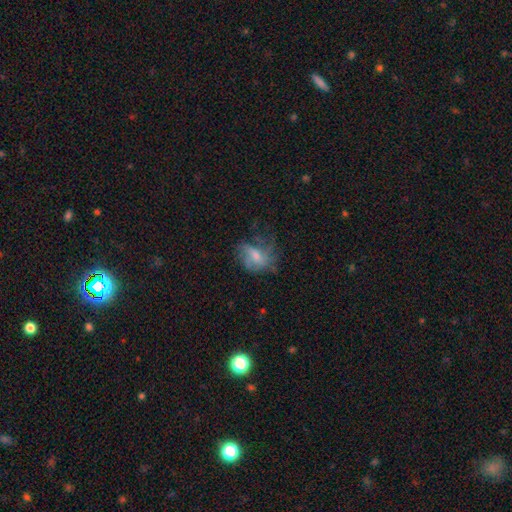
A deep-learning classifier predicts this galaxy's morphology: Smooth or featured: featured or disk — 51% (smooth — 36%)
Edge-on disk: no — 96% (yes — 4%)
Merging: none — 45% (major disturbance — 30%)